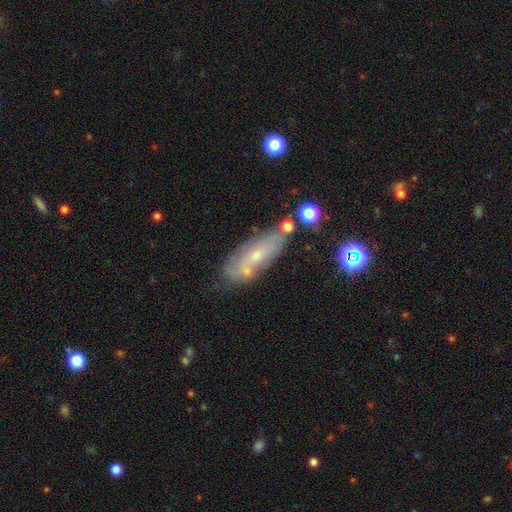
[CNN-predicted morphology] The model was most divided on "smooth or featured": featured or disk: 50%, smooth: 39%, star or artifact: 11%. More confident: edge-on disk — no (76%); merging — none (58%).